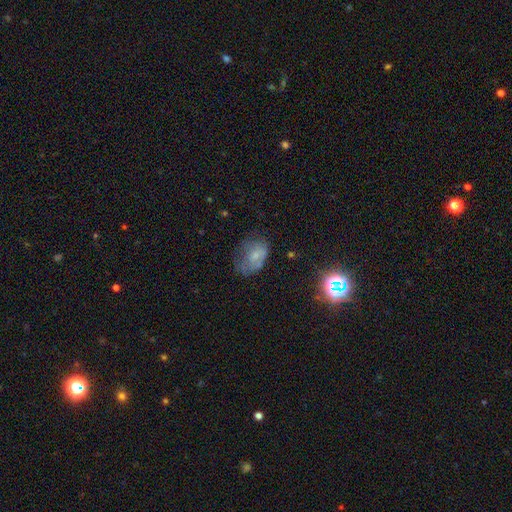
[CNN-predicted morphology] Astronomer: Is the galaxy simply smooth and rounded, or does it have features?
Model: smooth — 55% (runner-up: featured or disk, 30%).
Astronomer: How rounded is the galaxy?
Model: in between — 80%.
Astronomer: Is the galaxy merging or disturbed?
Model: none — 38% (runner-up: minor disturbance, 31%).